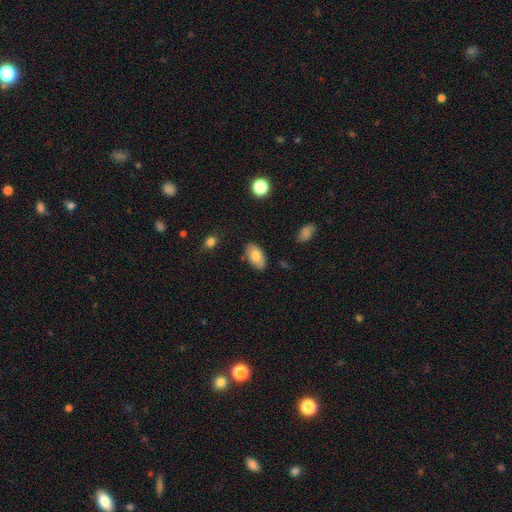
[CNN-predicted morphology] A smooth galaxy with no disk features (76%) that is in between round and cigar-shaped (94%).

Vote fractions:
- Smooth or featured? smooth: 76% / featured or disk: 17% / star or artifact: 7%
- How rounded? in between: 94% / round: 4% / cigar-shaped: 2%
- Merging? none: 84% / minor disturbance: 12% / major disturbance: 2% / merger: 2%